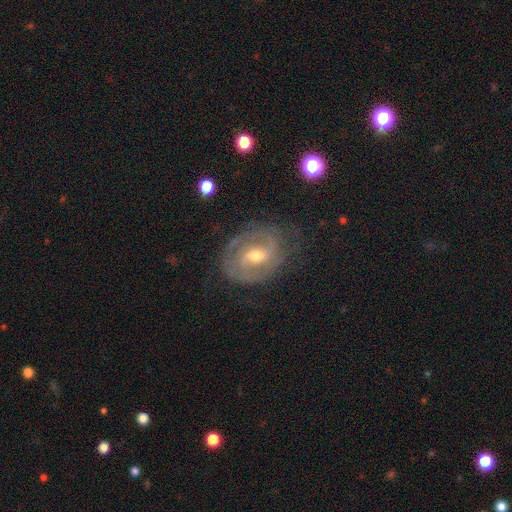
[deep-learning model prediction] Smooth or featured? Predicted: featured or disk (p=0.87). Edge-on disk? Predicted: no (p=0.97). Bar? Predicted: weak (p=0.52). Spiral arms? Predicted: yes (p=0.94). Spiral winding? Predicted: tight (p=0.44). Spiral arm count? Predicted: 2 (p=0.70). Bulge size? Predicted: moderate (p=0.60). Merging? Predicted: none (p=0.71).